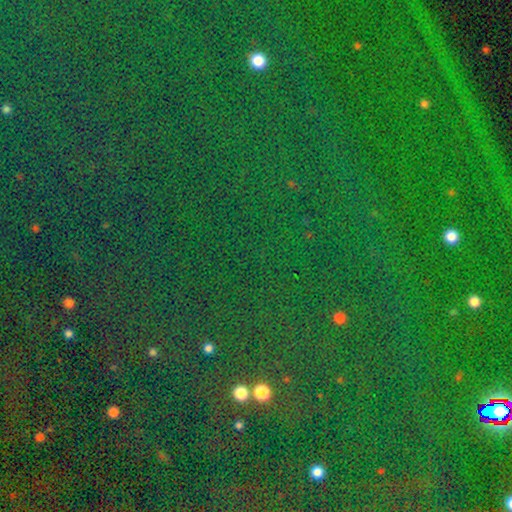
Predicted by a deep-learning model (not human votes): This is clearly a star or artifact rather than a galaxy (82%).